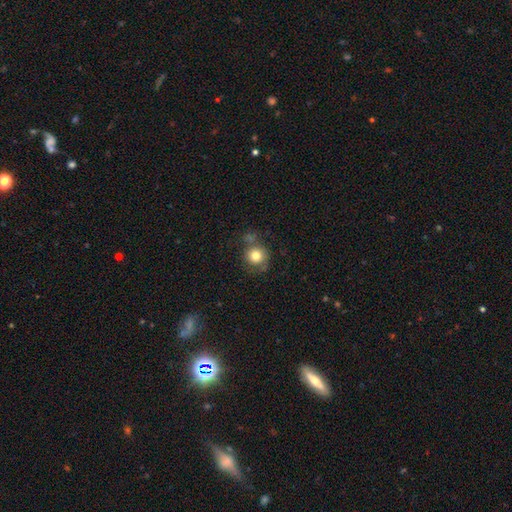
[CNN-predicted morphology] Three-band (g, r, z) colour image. It shows a smooth galaxy with no disk features (78%) that is round (89%). Merging: none (62%).